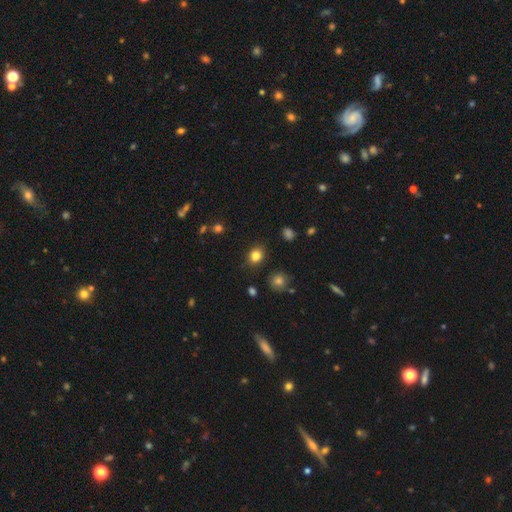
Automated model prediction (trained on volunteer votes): Morphology: type=smooth (83%); roundness=round (59%); merging=none (85%).